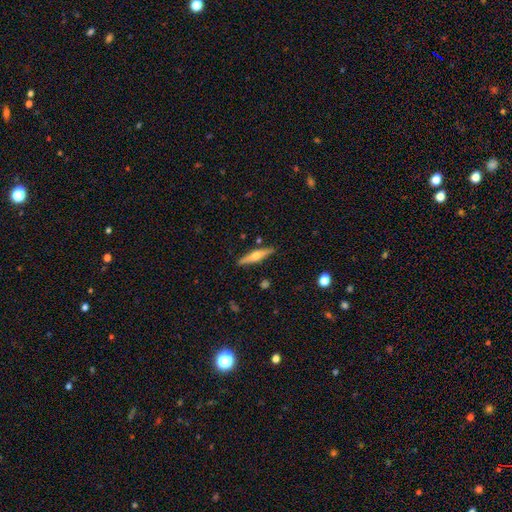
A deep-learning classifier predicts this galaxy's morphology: type=featured or disk (62%); edge-on=yes (97%); edge-on bulge=rounded (90%); merging=none (88%).